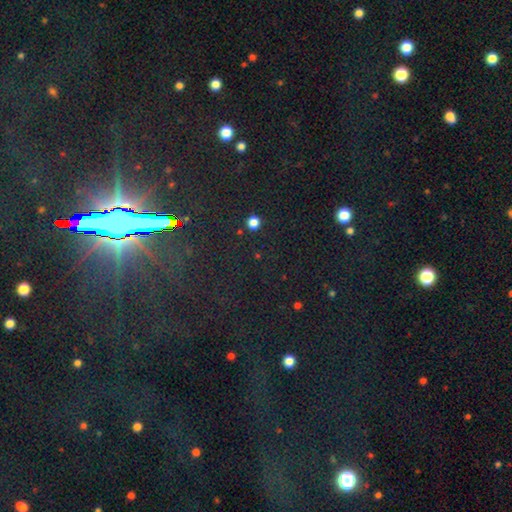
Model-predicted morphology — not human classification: smooth_or_featured: star or artifact (p=0.83) [alt: featured or disk p=0.09]